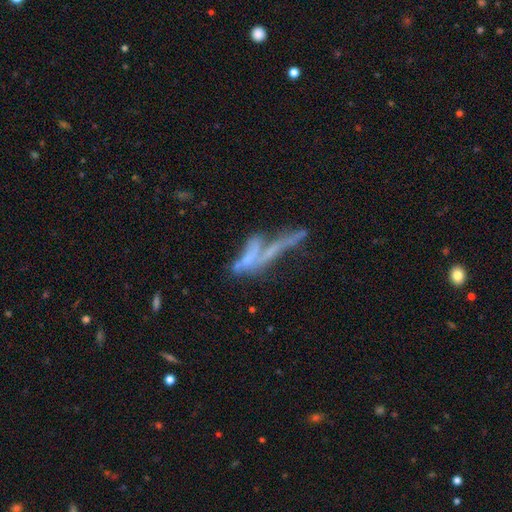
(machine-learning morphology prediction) A featured or disk galaxy (55%).

Vote fractions:
- Smooth or featured? featured or disk: 55% / smooth: 28% / star or artifact: 17%
- Edge-on disk? no: 58% / yes: 42%
- Merging? merger: 48% / major disturbance: 22% / none: 20% / minor disturbance: 10%